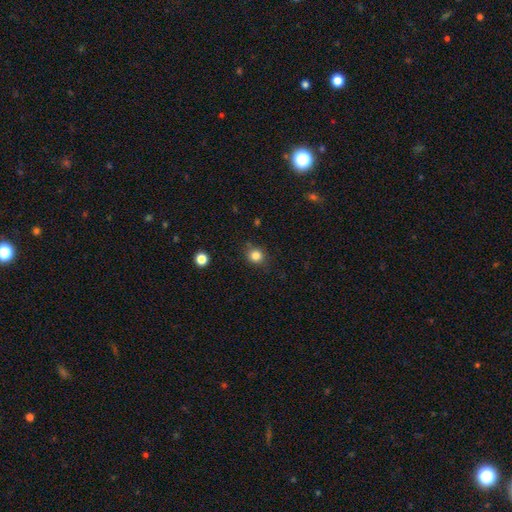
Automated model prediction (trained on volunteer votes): This is clearly a smooth galaxy (83%). How rounded: clearly round (86%). Merging: clearly none (84%).